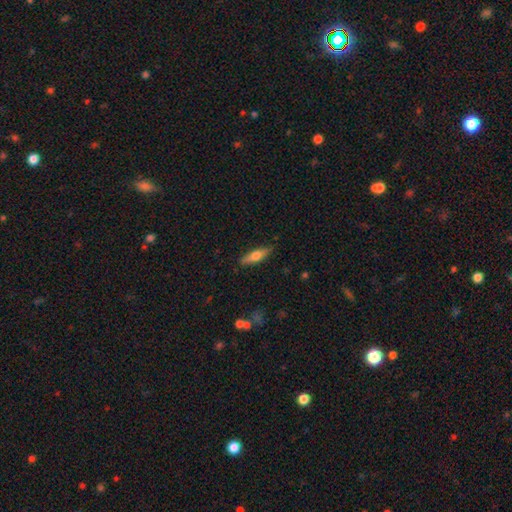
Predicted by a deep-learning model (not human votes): A smooth galaxy with no disk features (60%) that is cigar-shaped (64%).

Vote fractions:
- Smooth or featured? smooth: 60% / featured or disk: 34% / star or artifact: 6%
- How rounded? cigar-shaped: 64% / in between: 34% / round: 2%
- Merging? none: 85% / minor disturbance: 11% / major disturbance: 2% / merger: 1%